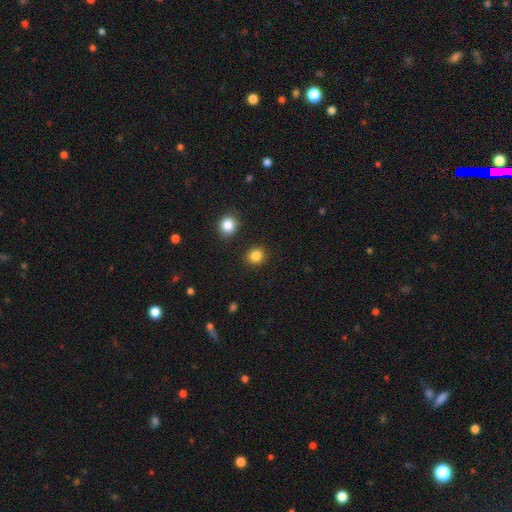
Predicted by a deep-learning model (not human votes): Smooth or featured? smooth (85%)
How rounded? round (83%)
Merging? none (90%)